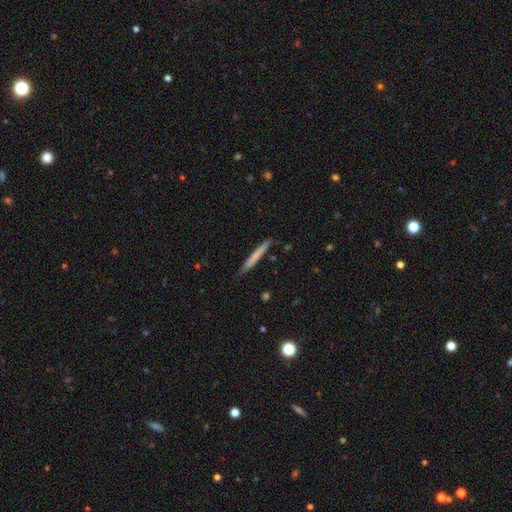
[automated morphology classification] A smooth galaxy with no disk features (70%) that is cigar-shaped (96%). Merging: none (87%).